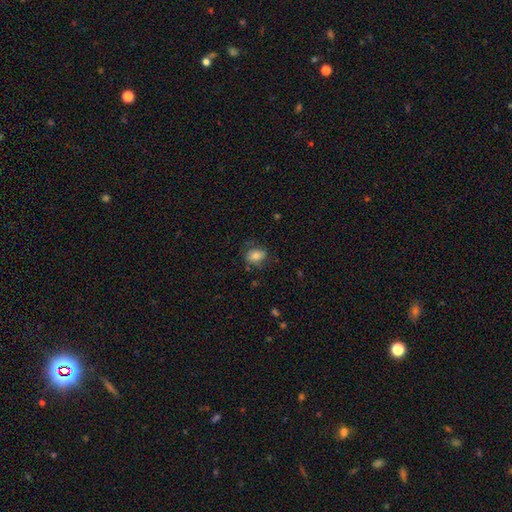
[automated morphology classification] Smooth or featured? smooth (76%)
How rounded? in between (63%)
Merging? none (71%)